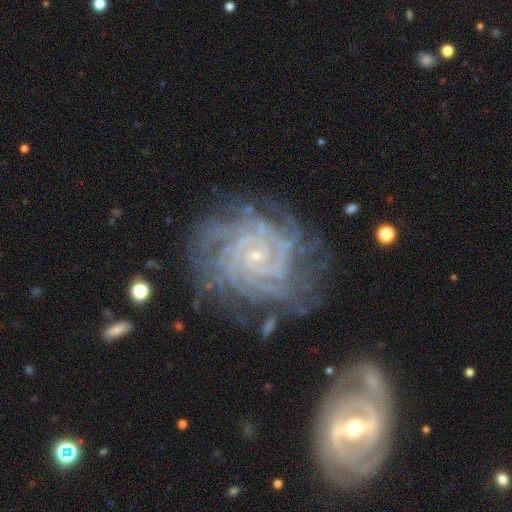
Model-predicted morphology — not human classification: This is clearly a featured or disk galaxy (90%). It is clearly not viewed edge-on (98%). Bar: likely no (68%). Spiral arm pattern: clearly yes (98%). Spiral arm count: marginally 4 (28%). Spiral winding: clearly tight (84%). Central bulge: clearly small (87%). Merging: likely none (69%).